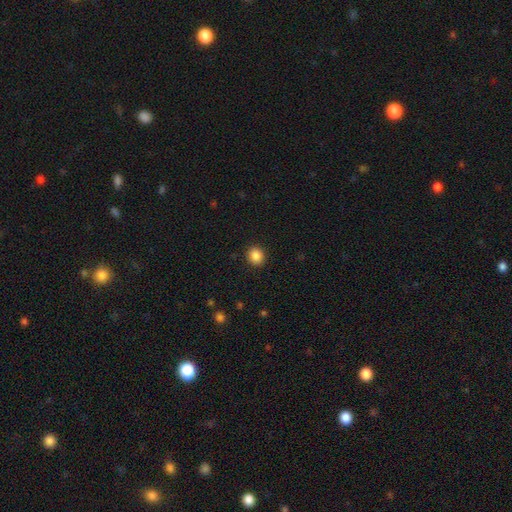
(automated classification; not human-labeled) smooth-or-featured: smooth: 87% | star or artifact: 10% | featured or disk: 3%
  how-rounded: round: 75% | in between: 24% | cigar-shaped: 1%
  merging: none: 91% | minor disturbance: 6% | major disturbance: 2% | merger: 1%